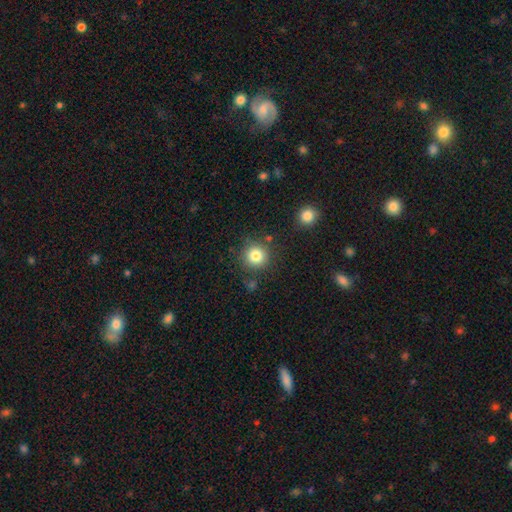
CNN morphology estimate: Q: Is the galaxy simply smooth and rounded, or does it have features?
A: smooth — 82%.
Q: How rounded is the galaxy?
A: round — 94%.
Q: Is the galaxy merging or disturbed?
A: none — 84%.